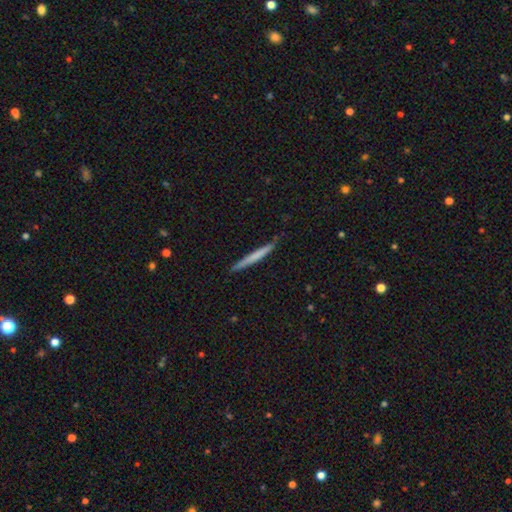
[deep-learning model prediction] Smooth or featured?
  - smooth: 63% *
  - featured or disk: 32%
  - star or artifact: 5%
How rounded?
  - cigar-shaped: 97% *
  - in between: 2%
  - round: 1%
Merging?
  - none: 85% *
  - minor disturbance: 12%
  - major disturbance: 2%
  - merger: 1%